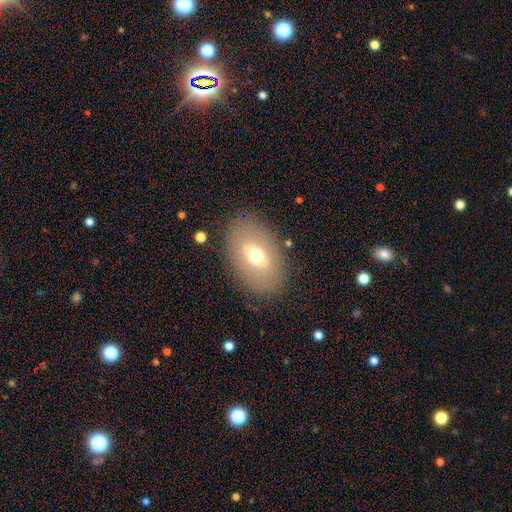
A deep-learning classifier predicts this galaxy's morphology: Smooth or featured: smooth — 53% (featured or disk — 37%)
How rounded: in between — 84% (round — 14%)
Merging: none — 83% (minor disturbance — 11%)